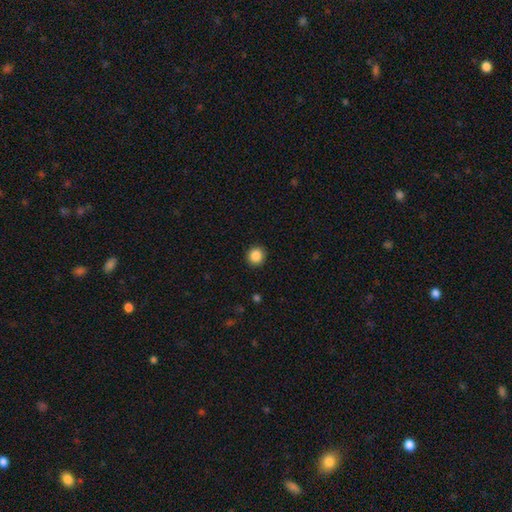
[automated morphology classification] Overall: smooth (87%). How rounded: round (92%). Merging: none (92%).